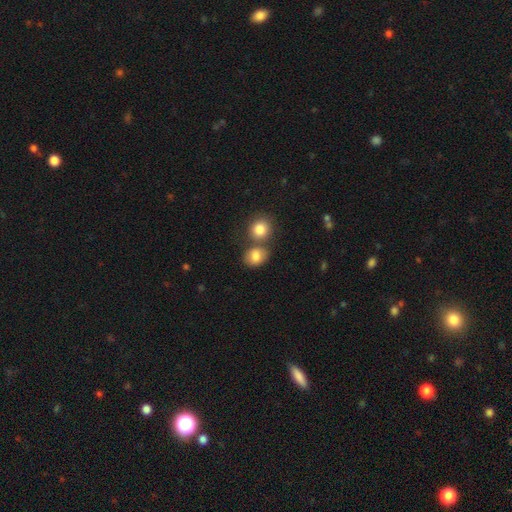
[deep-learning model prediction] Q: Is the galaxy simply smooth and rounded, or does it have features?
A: smooth — 82%.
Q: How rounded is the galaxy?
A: round — 51%.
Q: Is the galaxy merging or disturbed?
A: none — 51%.